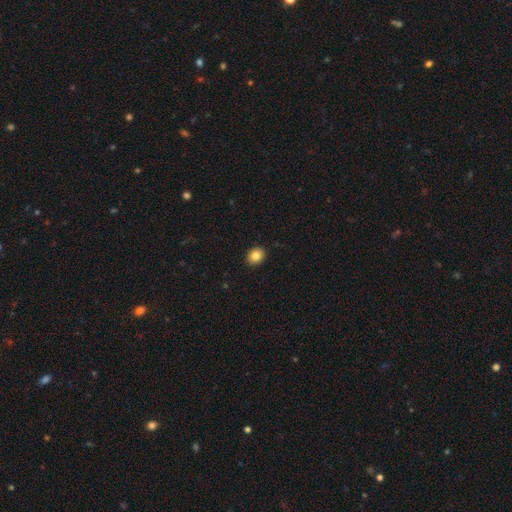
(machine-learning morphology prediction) Smooth or featured? smooth (84%)
How rounded? round (51%)
Merging? none (91%)